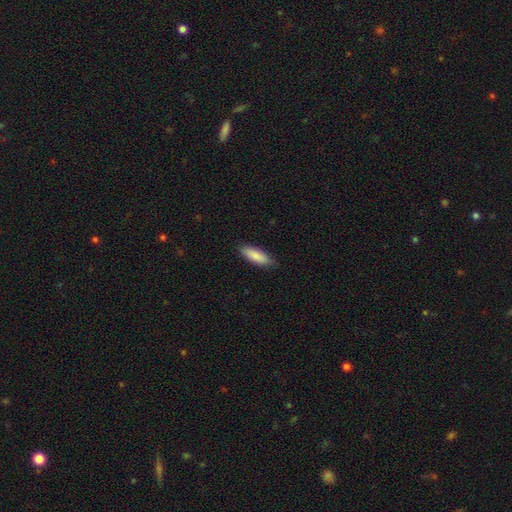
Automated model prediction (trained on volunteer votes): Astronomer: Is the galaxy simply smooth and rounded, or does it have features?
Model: smooth — 87%.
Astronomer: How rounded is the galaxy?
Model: in between — 56% (runner-up: cigar-shaped, 42%).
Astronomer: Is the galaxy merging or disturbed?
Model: none — 85%.